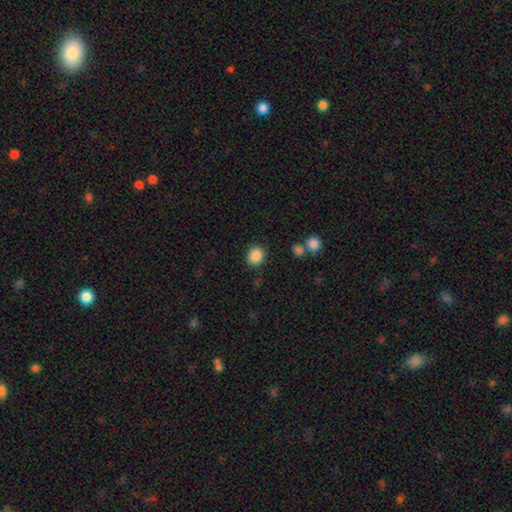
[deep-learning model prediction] smooth 87%, star or artifact 9%, featured or disk 4%. Down the decision tree: how rounded — round (77%); merging — none (86%).